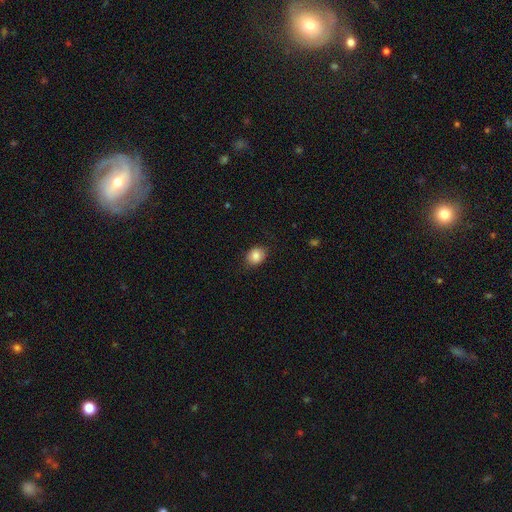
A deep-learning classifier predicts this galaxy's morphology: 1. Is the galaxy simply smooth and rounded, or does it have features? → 86% smooth, 9% star or artifact, 6% featured or disk.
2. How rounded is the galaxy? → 53% round, 46% in between, 1% cigar-shaped.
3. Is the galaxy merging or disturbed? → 85% none, 11% minor disturbance, 3% major disturbance, 1% merger.